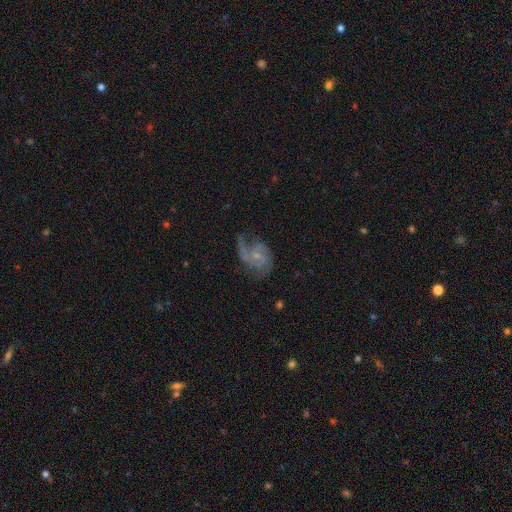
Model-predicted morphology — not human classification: type=featured or disk (83%); edge-on=no (98%); bar=no (65%); spiral arms=yes (94%); winding=medium (47%); arm count=2 (63%); bulge=small (68%); merging=none (52%).